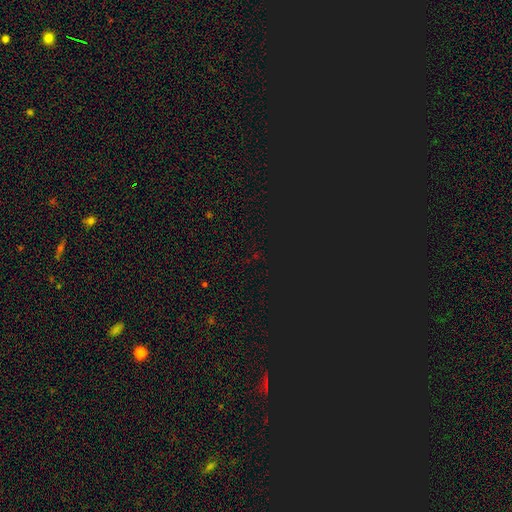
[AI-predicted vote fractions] star or artifact 78%, smooth 16%, featured or disk 6%.